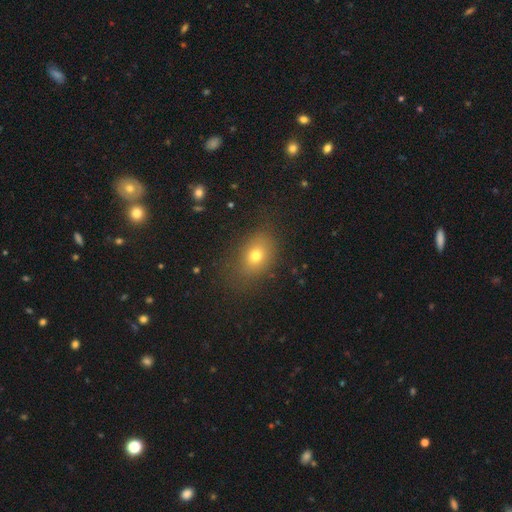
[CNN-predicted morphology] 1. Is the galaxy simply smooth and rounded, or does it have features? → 72% smooth, 15% star or artifact, 13% featured or disk.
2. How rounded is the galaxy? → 69% in between, 29% round, 2% cigar-shaped.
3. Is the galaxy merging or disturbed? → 79% none, 14% minor disturbance, 6% major disturbance, 1% merger.